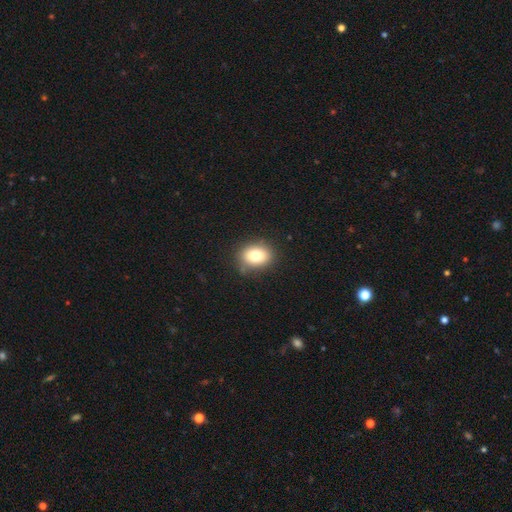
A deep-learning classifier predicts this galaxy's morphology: Smooth or featured? smooth (79%)
How rounded? in between (55%)
Merging? none (83%)